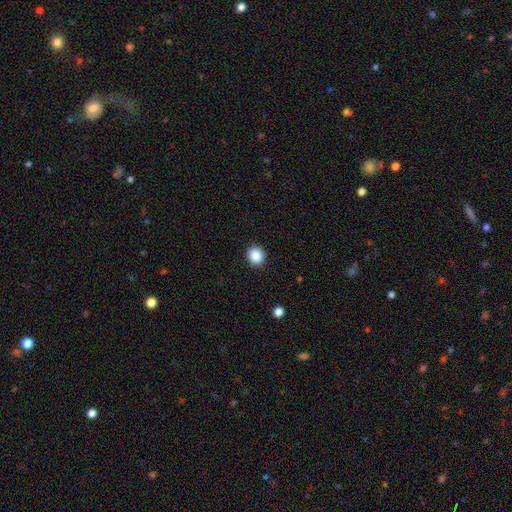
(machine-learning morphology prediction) smooth 87%, star or artifact 10%, featured or disk 3%. Down the decision tree: how rounded — round (80%); merging — none (91%).